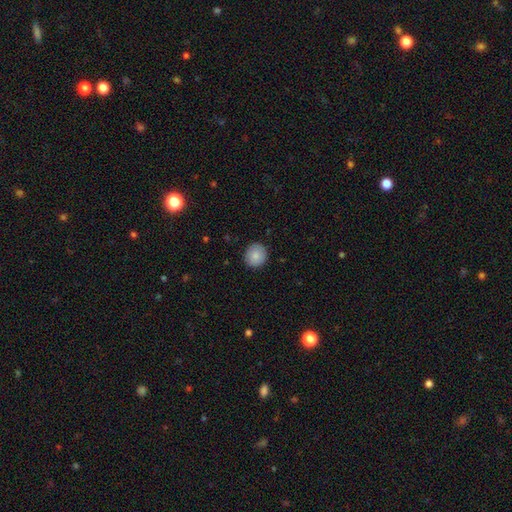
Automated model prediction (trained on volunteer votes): Smooth or featured?
  - smooth: 85% *
  - featured or disk: 8%
  - star or artifact: 7%
How rounded?
  - round: 90% *
  - in between: 9%
  - cigar-shaped: 1%
Merging?
  - none: 90% *
  - minor disturbance: 8%
  - major disturbance: 2%
  - merger: 1%